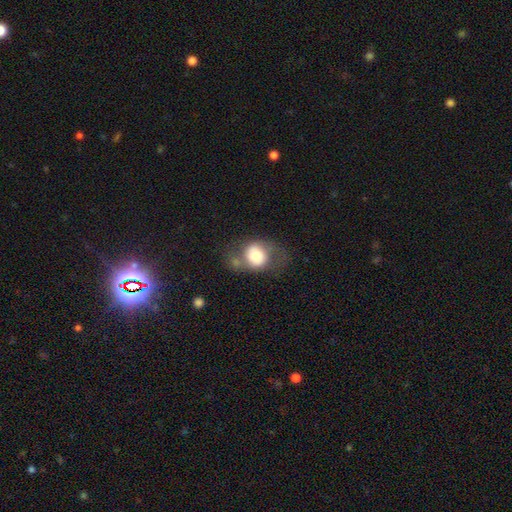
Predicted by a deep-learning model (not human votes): smooth 65%, featured or disk 27%, star or artifact 8%. Down the decision tree: how rounded — round (56%); merging — none (45%).